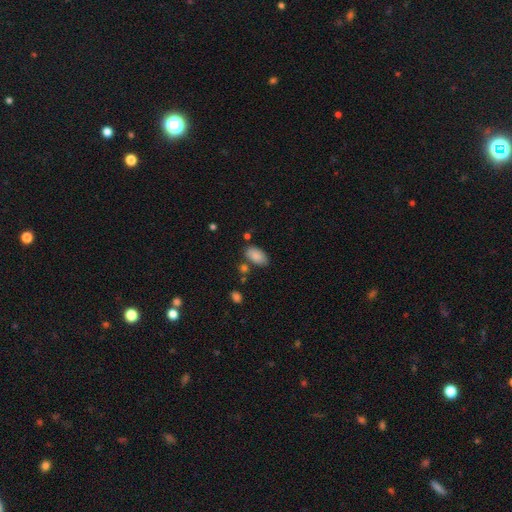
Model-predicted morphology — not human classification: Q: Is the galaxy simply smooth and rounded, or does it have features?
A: smooth — 87%.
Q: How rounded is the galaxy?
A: in between — 94%.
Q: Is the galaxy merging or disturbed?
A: none — 73%.